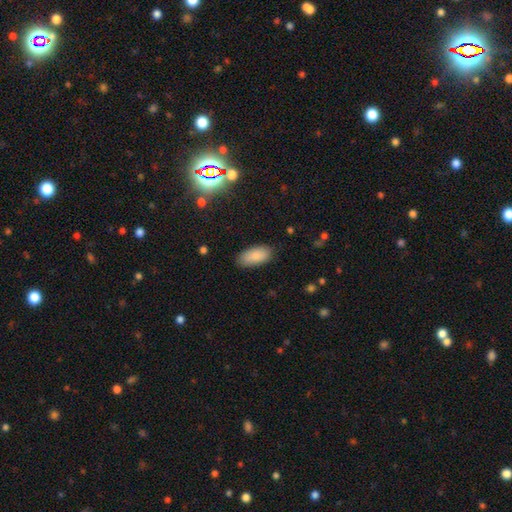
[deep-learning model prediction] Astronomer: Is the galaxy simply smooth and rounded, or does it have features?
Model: smooth — 86%.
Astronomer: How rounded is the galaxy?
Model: in between — 91%.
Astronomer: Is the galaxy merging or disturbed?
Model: none — 85%.